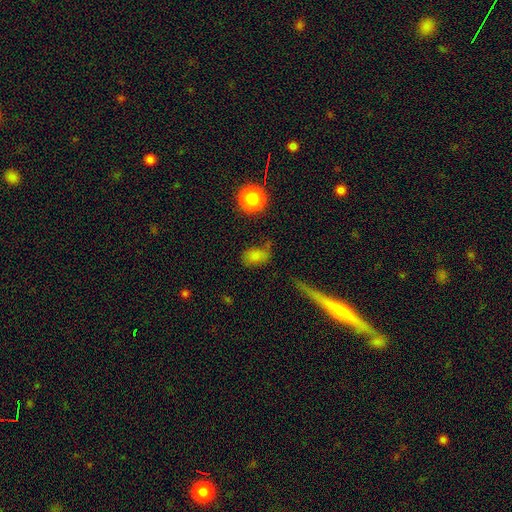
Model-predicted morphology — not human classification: Smooth or featured?
  - smooth: 72% *
  - star or artifact: 17%
  - featured or disk: 11%
How rounded?
  - in between: 77% *
  - round: 20%
  - cigar-shaped: 3%
Merging?
  - none: 53% *
  - minor disturbance: 25%
  - major disturbance: 14%
  - merger: 8%